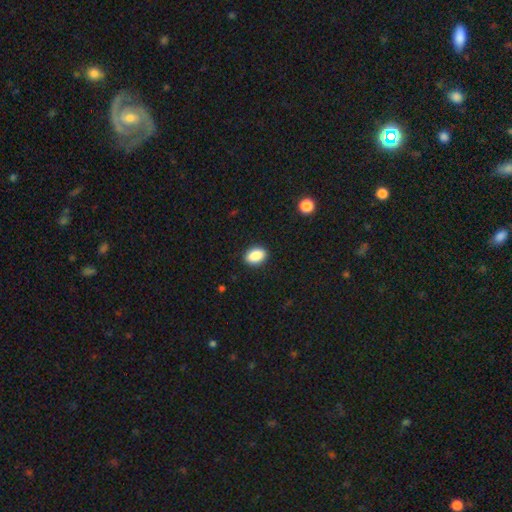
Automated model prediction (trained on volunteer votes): Smooth or featured?
  - smooth: 89% *
  - star or artifact: 8%
  - featured or disk: 4%
How rounded?
  - in between: 86% *
  - round: 12%
  - cigar-shaped: 1%
Merging?
  - none: 89% *
  - minor disturbance: 8%
  - major disturbance: 2%
  - merger: 1%